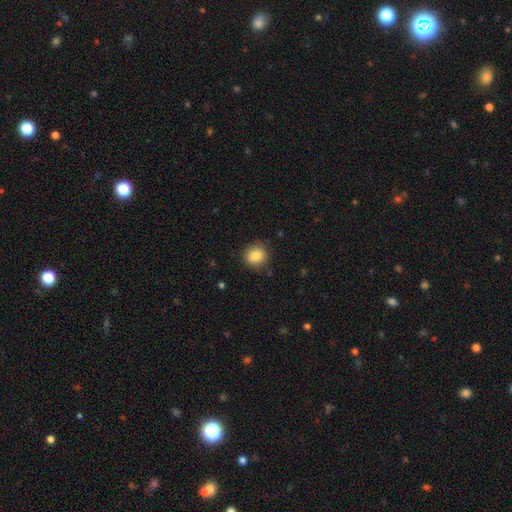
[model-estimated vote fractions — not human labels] Morphology: type=smooth (86%); roundness=round (86%); merging=none (86%).